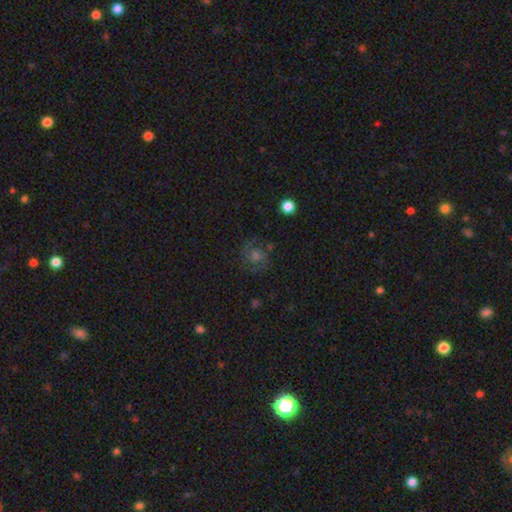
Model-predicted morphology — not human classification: featured or disk 46%, smooth 31%, star or artifact 23%. Down the decision tree: merging — none (75%).